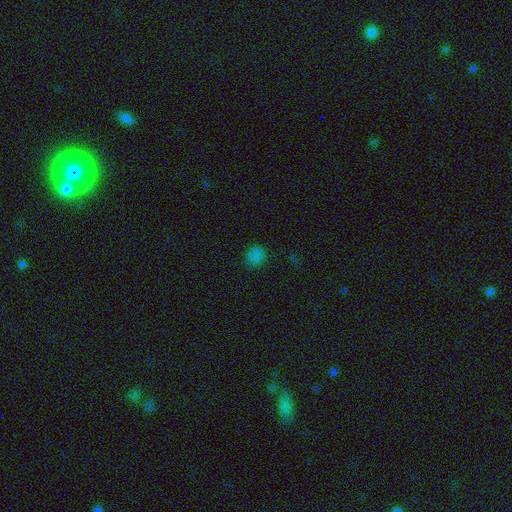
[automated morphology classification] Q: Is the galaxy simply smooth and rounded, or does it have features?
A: smooth — 78%.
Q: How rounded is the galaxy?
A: round — 65%.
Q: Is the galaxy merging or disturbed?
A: none — 85%.